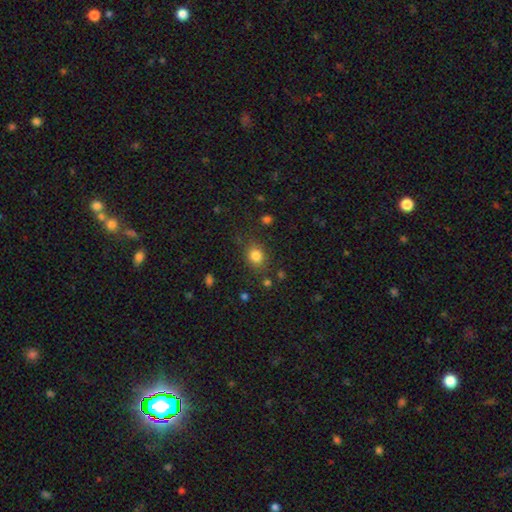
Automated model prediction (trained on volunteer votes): Smooth or featured? Predicted: smooth (p=0.82). How rounded? Predicted: round (p=0.63). Merging? Predicted: none (p=0.80).